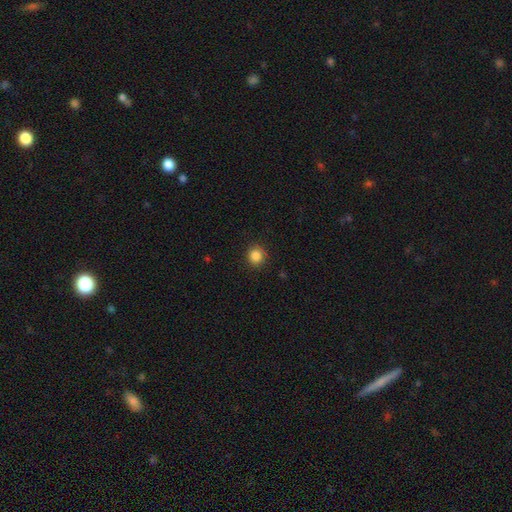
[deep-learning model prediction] This is clearly a smooth galaxy (86%). How rounded: clearly round (89%). Merging: clearly none (90%).